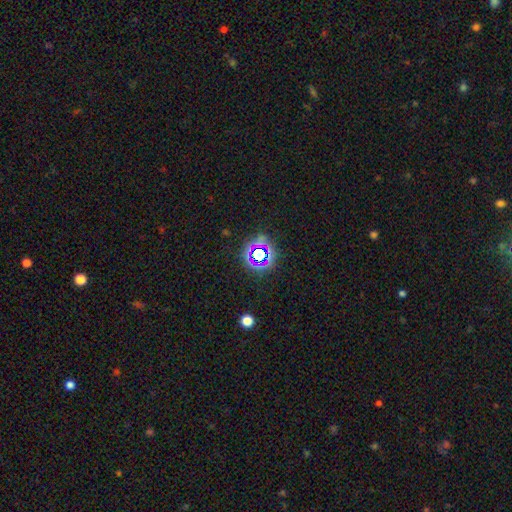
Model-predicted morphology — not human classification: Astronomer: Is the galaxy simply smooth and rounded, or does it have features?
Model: star or artifact — 66%.